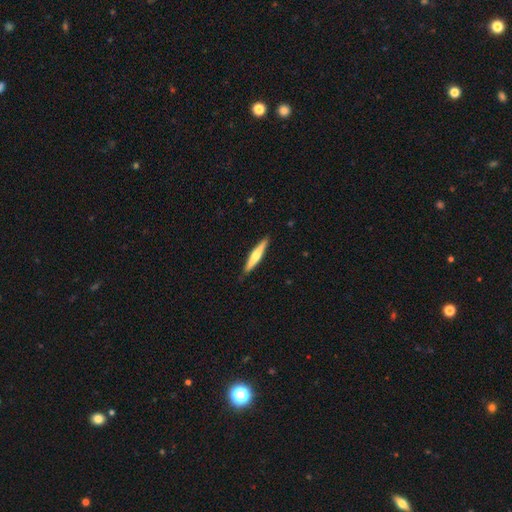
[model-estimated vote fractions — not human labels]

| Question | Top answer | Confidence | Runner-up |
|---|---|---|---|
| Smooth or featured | featured or disk | 57% | smooth (38%) |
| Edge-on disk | yes | 97% | no (3%) |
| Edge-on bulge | rounded | 87% | none (8%) |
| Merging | none | 90% | minor disturbance (7%) |